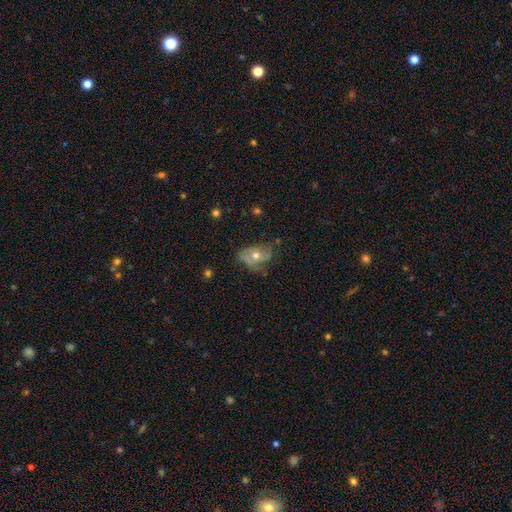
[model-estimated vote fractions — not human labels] smooth_or_featured: featured or disk (p=0.56) [alt: smooth p=0.33]
disk_edge_on: no (p=0.93) [alt: yes p=0.07]
bar: no (p=0.76) [alt: weak p=0.18]
has_spiral_arms: yes (p=0.59) [alt: no p=0.41]
bulge_size: moderate (p=0.67) [alt: small p=0.27]
merging: none (p=0.46) [alt: minor disturbance p=0.31]